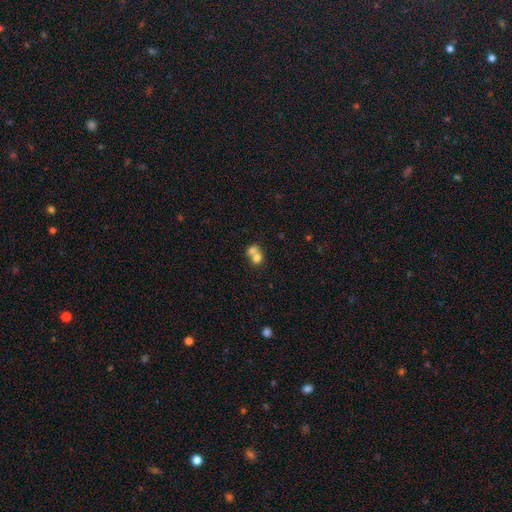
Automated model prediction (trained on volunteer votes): Smooth or featured? smooth (72%)
How rounded? round (71%)
Merging? merger (68%)